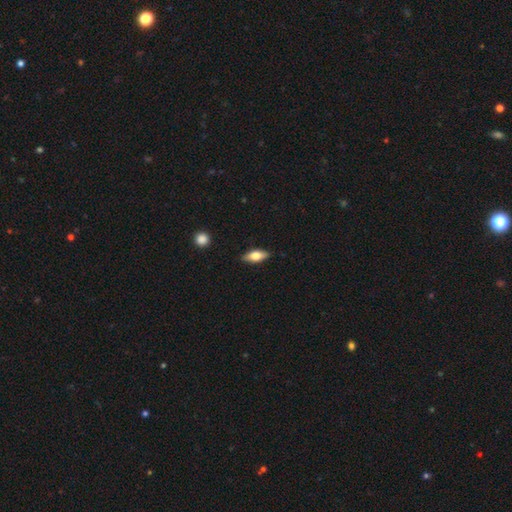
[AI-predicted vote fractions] smooth_or_featured: smooth (p=0.65) [alt: featured or disk p=0.29]
how_rounded: in between (p=0.75) [alt: cigar-shaped p=0.22]
merging: none (p=0.86) [alt: minor disturbance p=0.11]